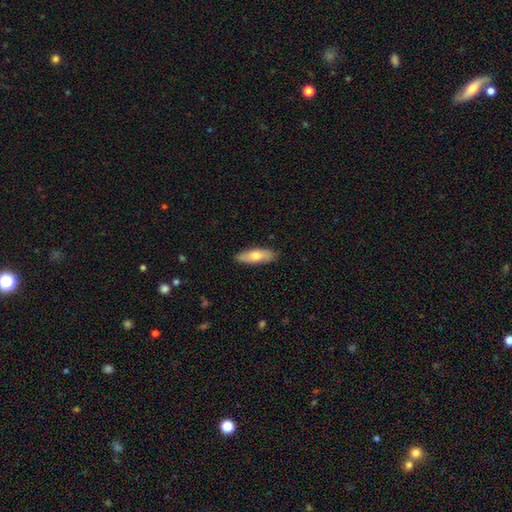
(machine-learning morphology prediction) smooth_or_featured: smooth (p=0.68) [alt: featured or disk p=0.26]
how_rounded: in between (p=0.54) [alt: cigar-shaped p=0.44]
merging: none (p=0.88) [alt: minor disturbance p=0.09]